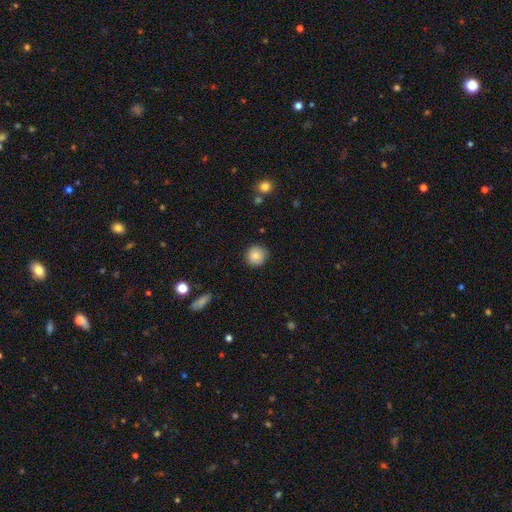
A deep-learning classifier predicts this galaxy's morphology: Smooth or featured? smooth (86%)
How rounded? round (94%)
Merging? none (90%)